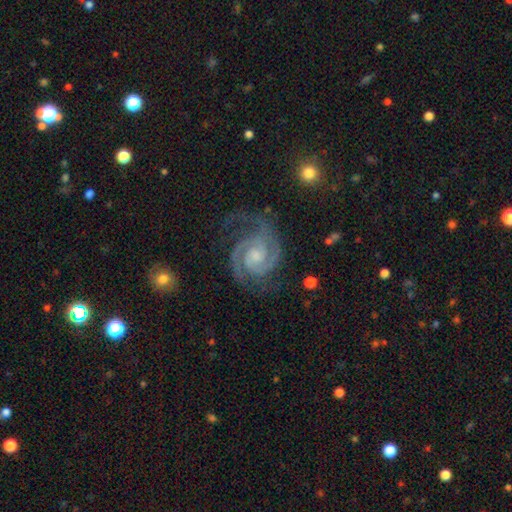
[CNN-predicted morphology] Smooth or featured? featured or disk (94%)
Edge-on disk? no (98%)
Bar? no (59%)
Spiral arms? yes (99%)
Spiral winding? tight (62%)
Spiral arm count? 2 (79%)
Bulge size? small (48%)
Merging? none (71%)